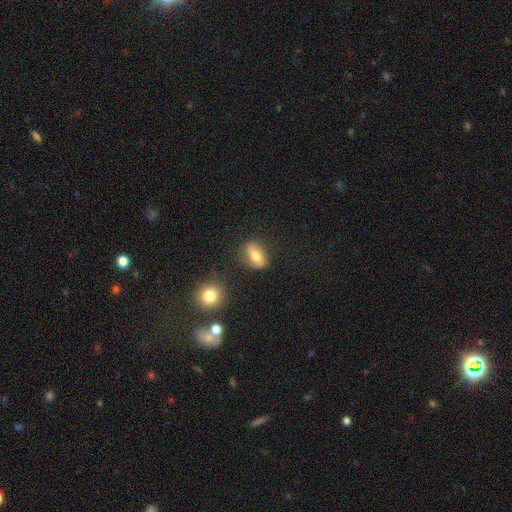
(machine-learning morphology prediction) A smooth galaxy with no disk features (68%) that is in between round and cigar-shaped (78%). Merging: none (77%).